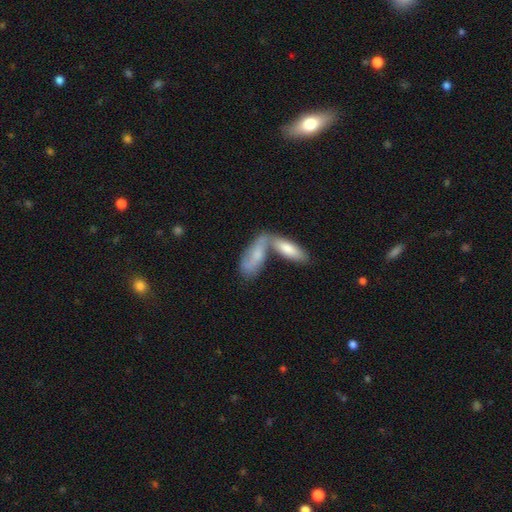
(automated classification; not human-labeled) A smooth galaxy with no disk features (61%) that is in between round and cigar-shaped (65%).

Vote fractions:
- Smooth or featured? smooth: 61% / featured or disk: 32% / star or artifact: 6%
- How rounded? in between: 65% / cigar-shaped: 32% / round: 2%
- Merging? merger: 59% / none: 26% / minor disturbance: 10% / major disturbance: 5%